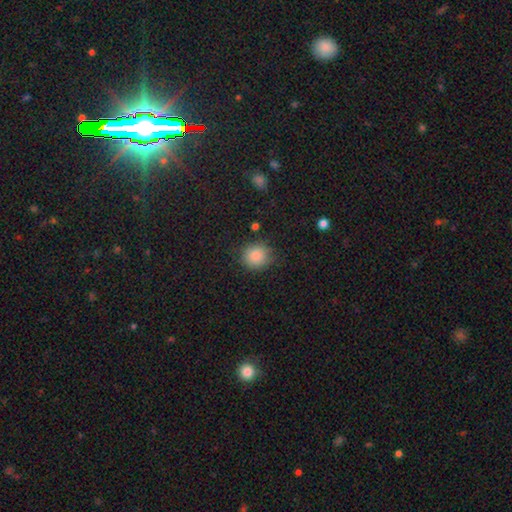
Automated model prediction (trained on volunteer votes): Q: Smooth or featured?
A: smooth (87%); runner-up: star or artifact (9%)
Q: How rounded?
A: round (83%); runner-up: in between (16%)
Q: Merging?
A: none (81%); runner-up: minor disturbance (13%)